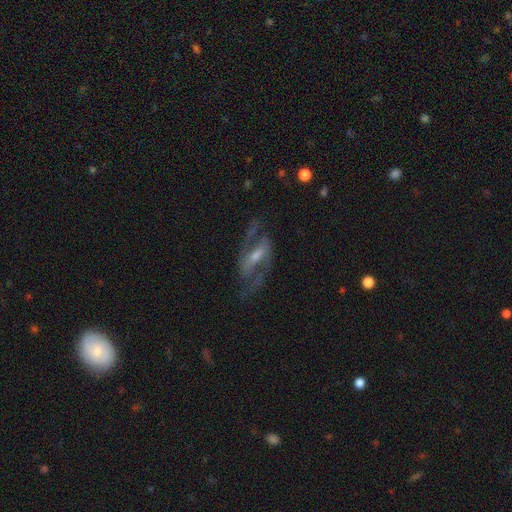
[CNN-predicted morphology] A featured or disk galaxy (86%) with a strong bar (50%), 2 (91%) medium (56%) spiral arms (95%) and a moderate central bulge (43%).

Vote fractions:
- Smooth or featured? featured or disk: 86% / smooth: 8% / star or artifact: 6%
- Edge-on disk? no: 93% / yes: 7%
- Bar? strong: 50% / weak: 36% / no: 14%
- Spiral arms? yes: 95% / no: 5%
- Spiral winding? medium: 56% / loose: 28% / tight: 16%
- Spiral arm count? 2: 91% / can't tell: 4% / 1: 2% / 3: 1% / 4: 1% / more than 4: 1%
- Bulge size? moderate: 43% / small: 42% / none: 7% / large: 7% / dominant: 1%
- Merging? none: 74% / minor disturbance: 14% / major disturbance: 11% / merger: 2%